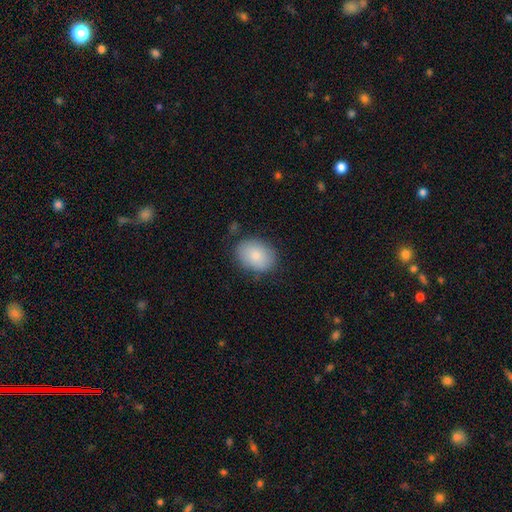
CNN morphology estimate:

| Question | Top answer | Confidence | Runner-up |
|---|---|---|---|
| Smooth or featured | smooth | 83% | featured or disk (10%) |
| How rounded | in between | 65% | round (34%) |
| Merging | none | 80% | minor disturbance (15%) |